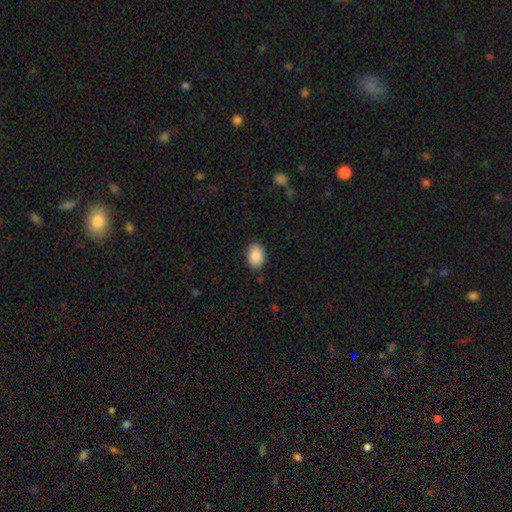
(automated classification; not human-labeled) smooth-or-featured: smooth: 89% | star or artifact: 7% | featured or disk: 4%
  how-rounded: in between: 73% | round: 26% | cigar-shaped: 1%
  merging: none: 87% | minor disturbance: 10% | major disturbance: 2% | merger: 1%